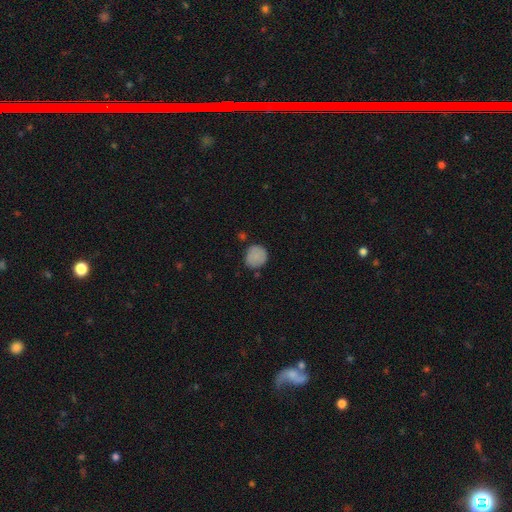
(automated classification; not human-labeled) This appears to be a smooth galaxy with no disk features (84%) that is round (88%). Merging: none (76%).